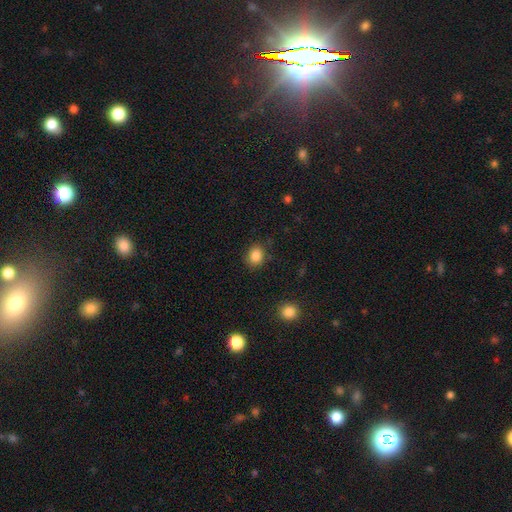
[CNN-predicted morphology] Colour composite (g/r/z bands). It shows a smooth galaxy with no disk features (85%) that is round (59%). Merging: none (84%).